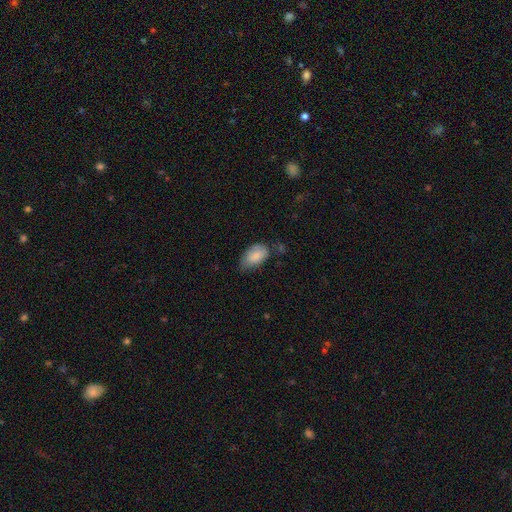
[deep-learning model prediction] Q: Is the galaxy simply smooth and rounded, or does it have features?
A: smooth — 82%.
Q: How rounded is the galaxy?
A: in between — 93%.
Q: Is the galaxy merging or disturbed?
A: none — 49%.